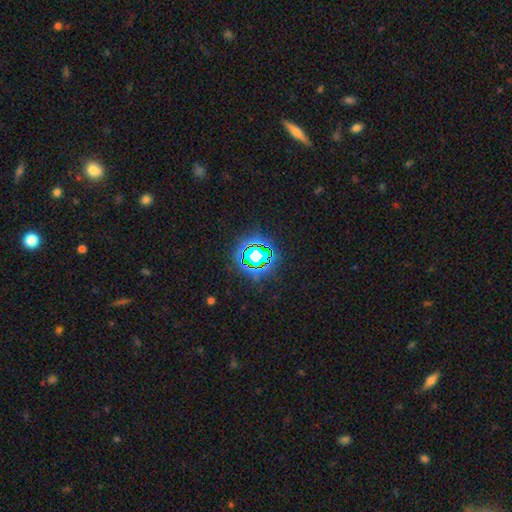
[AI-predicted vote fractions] A star or artifact, not a galaxy (72%).